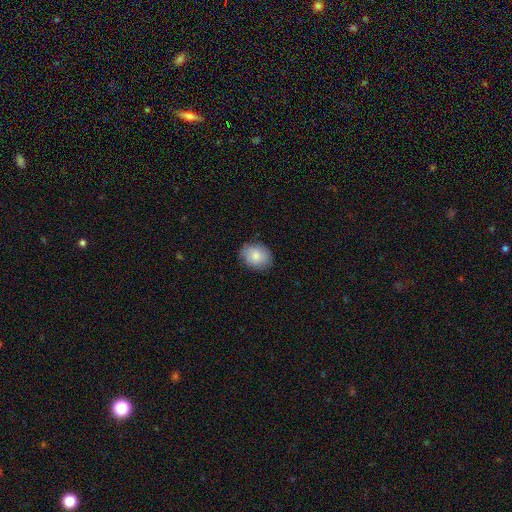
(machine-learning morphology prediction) smooth_or_featured: smooth (p=0.82) [alt: featured or disk p=0.11]
how_rounded: in between (p=0.54) [alt: round p=0.45]
merging: none (p=0.82) [alt: minor disturbance p=0.14]